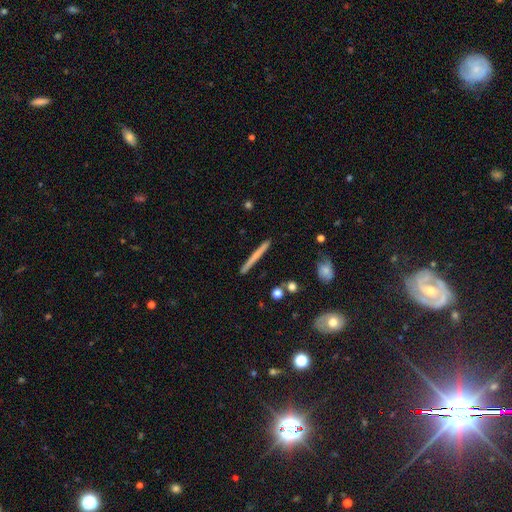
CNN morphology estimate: Overall: smooth (47%; featured or disk 46%). Merging: none (91%).